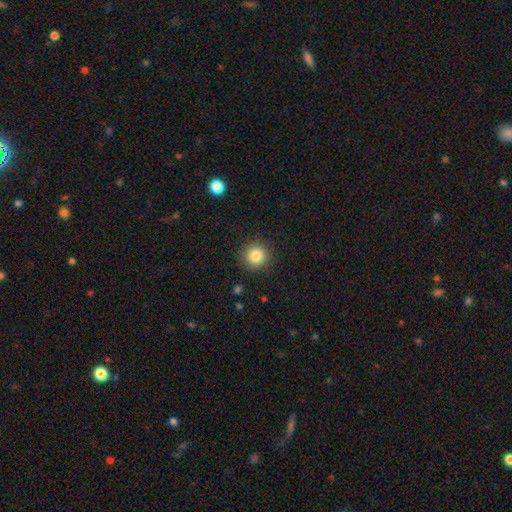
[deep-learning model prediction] This is clearly a smooth galaxy (84%). How rounded: clearly round (94%). Merging: clearly none (90%).